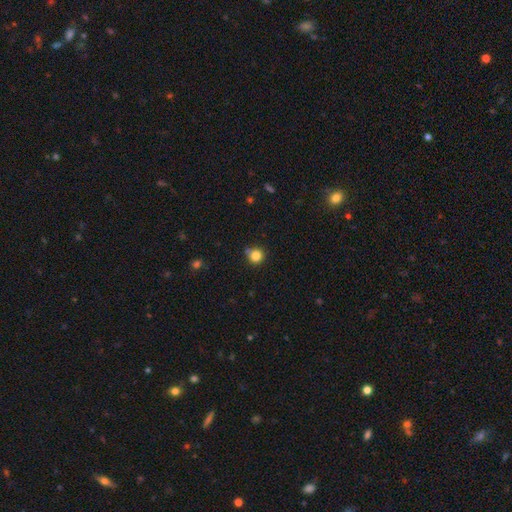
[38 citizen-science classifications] Volunteers were most divided on "merging": none: 86%, merger: 11%, minor disturbance: 3%, major disturbance: 0%. More confident: how rounded — round (97%); smooth or featured — smooth (87%).